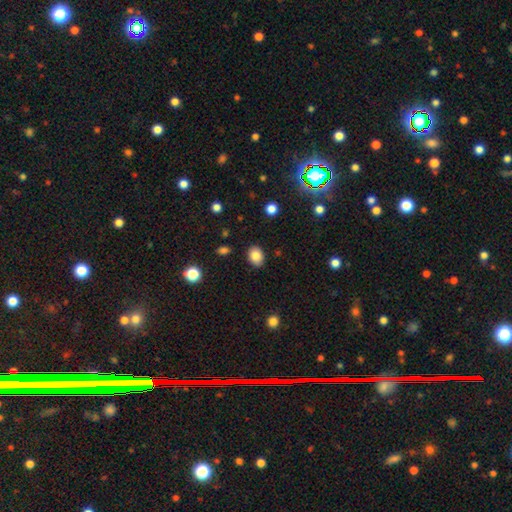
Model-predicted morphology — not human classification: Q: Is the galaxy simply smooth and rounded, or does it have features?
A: smooth — 84%.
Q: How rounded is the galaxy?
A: in between — 60%.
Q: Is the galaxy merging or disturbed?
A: none — 87%.